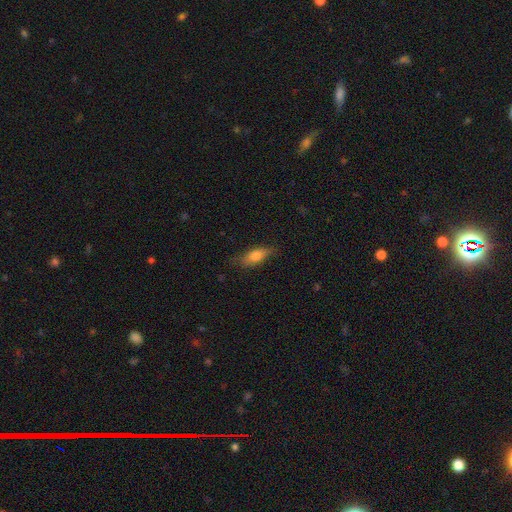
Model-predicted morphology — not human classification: This appears to be a smooth galaxy with no disk features (72%) that is in between round and cigar-shaped (70%). Merging: none (72%).